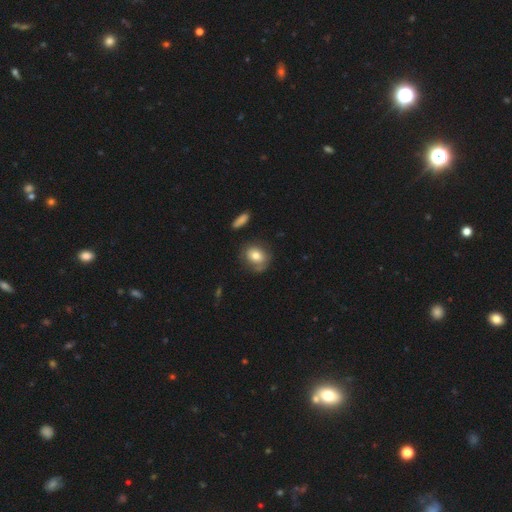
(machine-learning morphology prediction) Smooth or featured: smooth — 72% (featured or disk — 20%)
How rounded: round — 58% (in between — 40%)
Merging: none — 64% (minor disturbance — 24%)